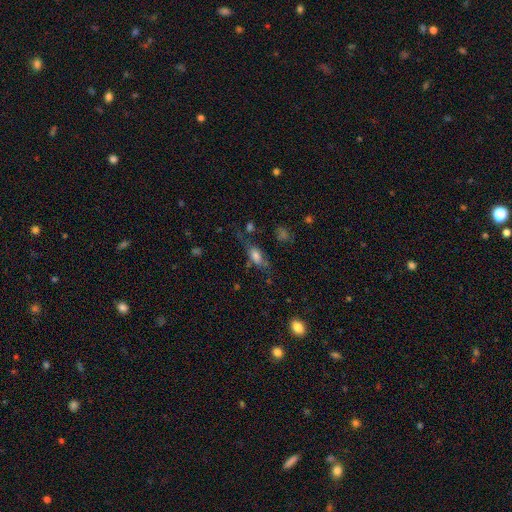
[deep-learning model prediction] A smooth galaxy with no disk features (65%) that is in between round and cigar-shaped (76%). Merging: none (46%).